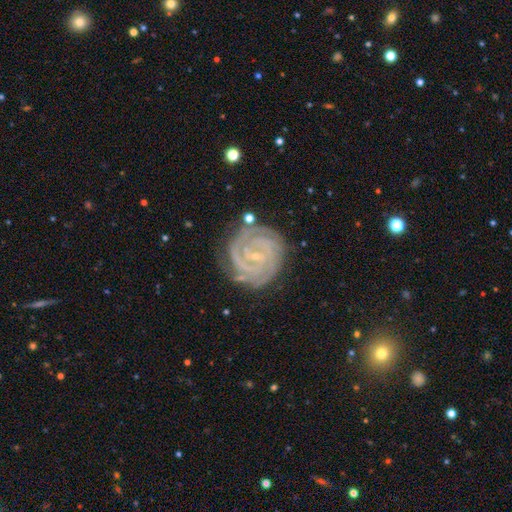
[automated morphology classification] Smooth or featured? Predicted: featured or disk (p=0.90). Edge-on disk? Predicted: no (p=0.98). Bar? Predicted: no (p=0.41). Spiral arms? Predicted: yes (p=0.99). Spiral winding? Predicted: tight (p=0.84). Spiral arm count? Predicted: 2 (p=0.38). Bulge size? Predicted: small (p=0.84). Merging? Predicted: none (p=0.79).